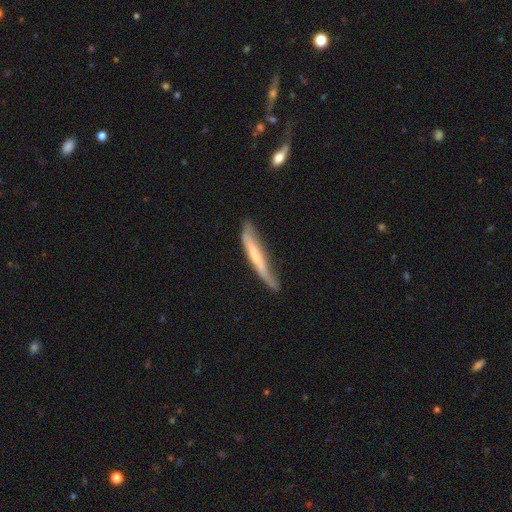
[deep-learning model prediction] smooth_or_featured: smooth (p=0.48) [alt: featured or disk p=0.47]
merging: none (p=0.50) [alt: minor disturbance p=0.34]